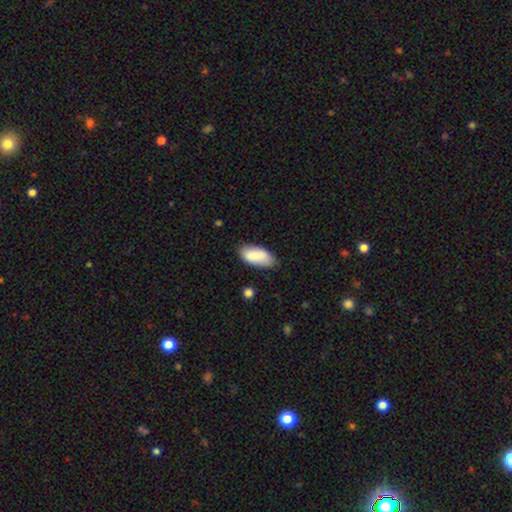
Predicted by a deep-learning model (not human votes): A smooth galaxy with no disk features (87%) that is in between round and cigar-shaped (91%). Merging: none (77%).